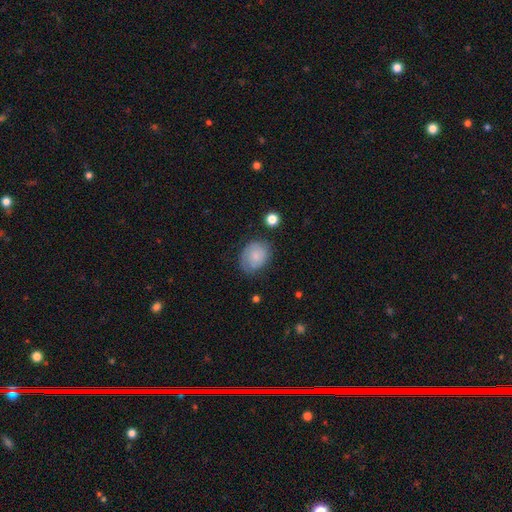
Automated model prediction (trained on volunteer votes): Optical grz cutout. It shows a smooth galaxy with no disk features (66%) that is in between round and cigar-shaped (53%). Merging: none (63%).